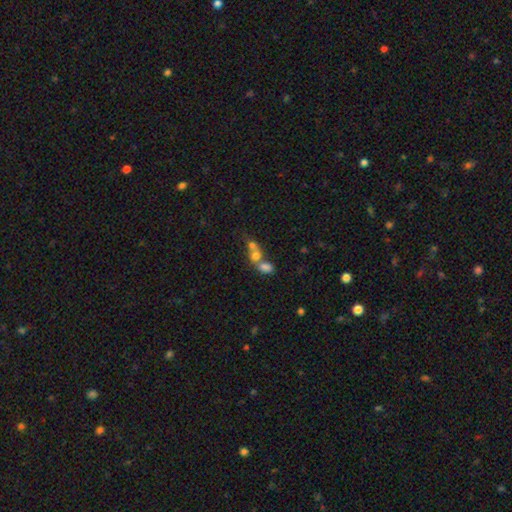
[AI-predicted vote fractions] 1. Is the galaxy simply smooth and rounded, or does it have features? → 68% smooth, 20% featured or disk, 13% star or artifact.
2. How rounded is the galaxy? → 55% in between, 42% round, 3% cigar-shaped.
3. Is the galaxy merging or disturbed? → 70% merger, 19% none, 6% minor disturbance, 5% major disturbance.